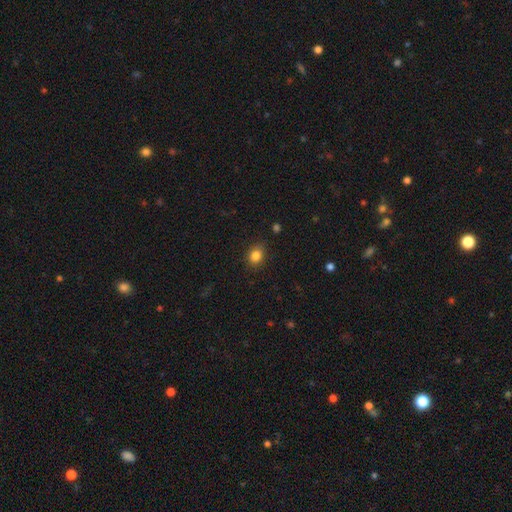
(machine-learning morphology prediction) Smooth or featured? smooth (84%)
How rounded? round (56%)
Merging? none (83%)